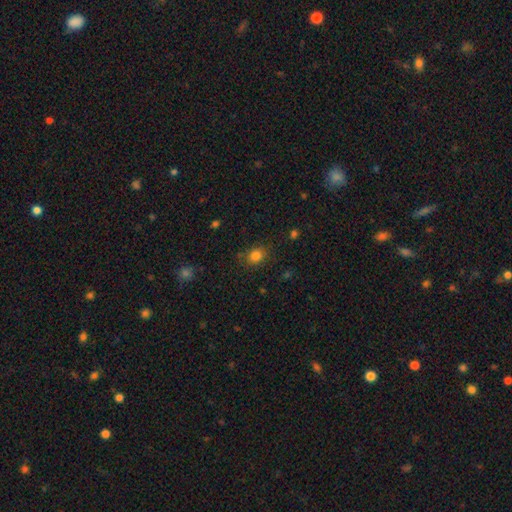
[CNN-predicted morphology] This is clearly a smooth galaxy (82%). How rounded: likely round (62%). Merging: likely none (80%).